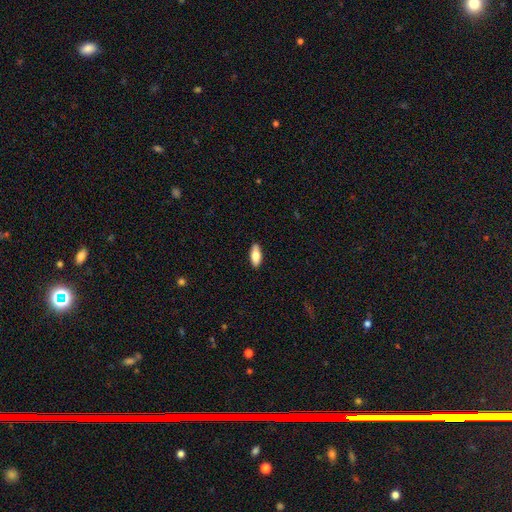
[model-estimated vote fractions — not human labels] Q: Smooth or featured?
A: smooth (75%); runner-up: featured or disk (18%)
Q: How rounded?
A: in between (80%); runner-up: cigar-shaped (17%)
Q: Merging?
A: none (89%); runner-up: minor disturbance (8%)